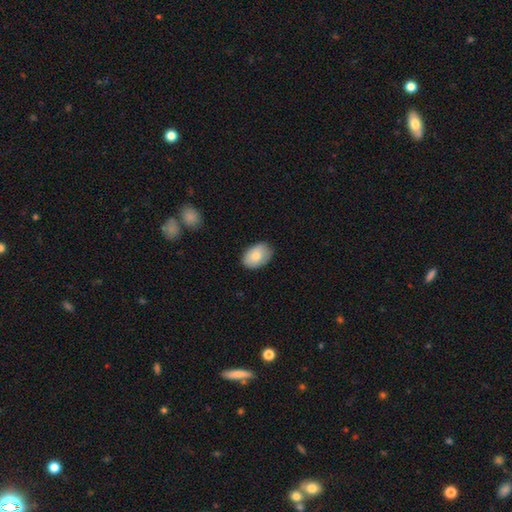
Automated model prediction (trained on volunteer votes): This is clearly a smooth galaxy (82%). How rounded: clearly in between (86%). Merging: clearly none (82%).